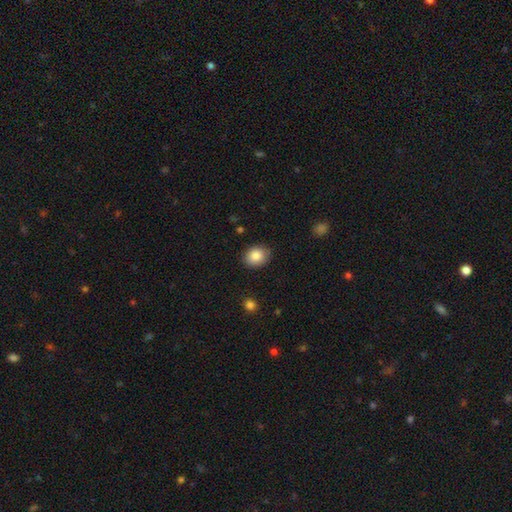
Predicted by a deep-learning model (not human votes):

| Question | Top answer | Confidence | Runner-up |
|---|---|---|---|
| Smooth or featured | smooth | 86% | star or artifact (8%) |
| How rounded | round | 58% | in between (41%) |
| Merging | none | 86% | minor disturbance (11%) |